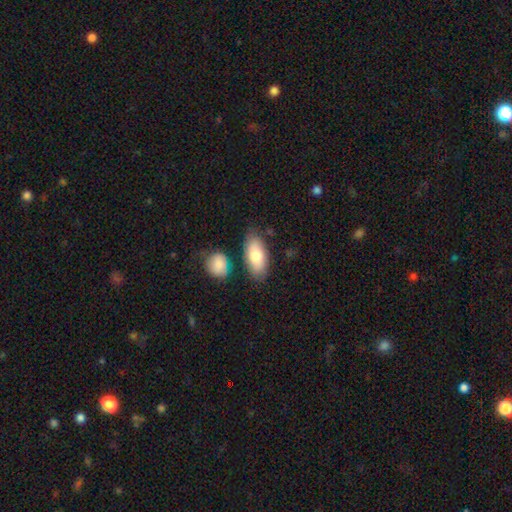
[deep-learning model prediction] The model was most divided on "smooth or featured": smooth: 78%, featured or disk: 17%, star or artifact: 6%. More confident: how rounded — in between (90%); merging — none (75%).